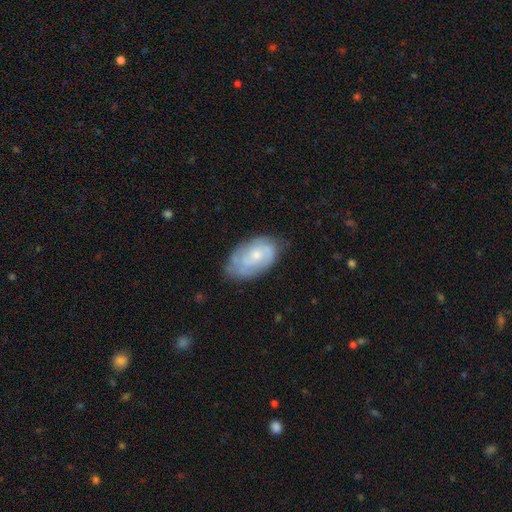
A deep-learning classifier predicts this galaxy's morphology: smooth-or-featured: featured or disk: 56% | smooth: 37% | star or artifact: 7%
  disk-edge-on: no: 95% | yes: 5%
    bar: no: 75% | weak: 22% | strong: 3%
    has-spiral-arms: yes: 73% | no: 27%
    bulge-size: small: 54% | moderate: 38% | none: 5% | large: 2% | dominant: 1%
  merging: none: 64% | minor disturbance: 27% | major disturbance: 8% | merger: 2%